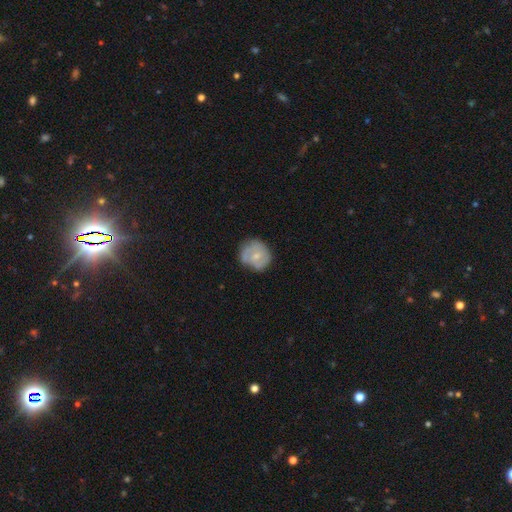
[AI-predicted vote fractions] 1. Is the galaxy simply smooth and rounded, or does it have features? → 49% smooth, 44% featured or disk, 7% star or artifact.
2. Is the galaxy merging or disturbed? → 61% none, 28% minor disturbance, 9% major disturbance, 2% merger.